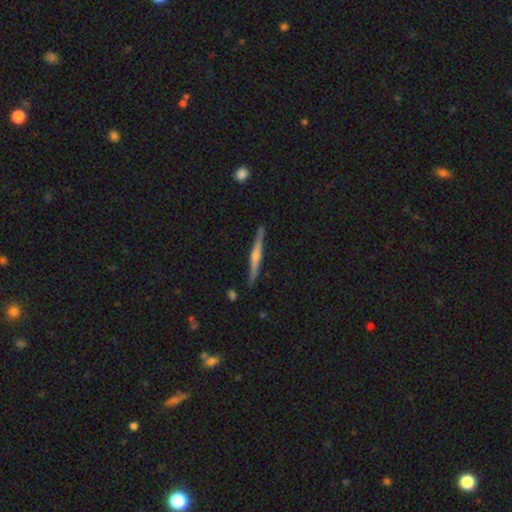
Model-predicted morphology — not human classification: Smooth or featured? featured or disk (76%)
Edge-on disk? yes (98%)
Edge-on bulge? rounded (78%)
Merging? none (90%)